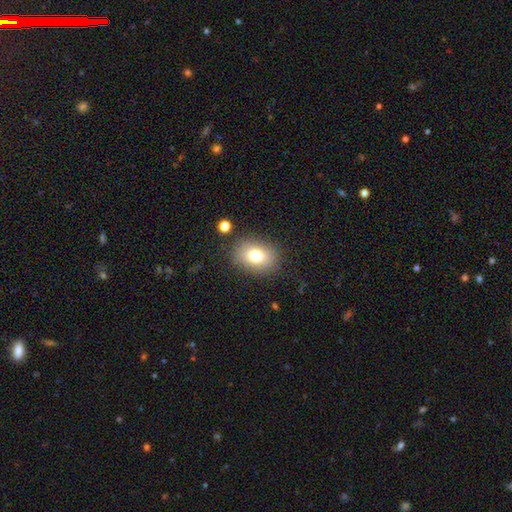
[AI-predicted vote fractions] A smooth galaxy with no disk features (75%) that is in between round and cigar-shaped (64%).

Vote fractions:
- Smooth or featured? smooth: 75% / featured or disk: 13% / star or artifact: 12%
- How rounded? in between: 64% / round: 35% / cigar-shaped: 1%
- Merging? none: 83% / minor disturbance: 10% / major disturbance: 4% / merger: 2%